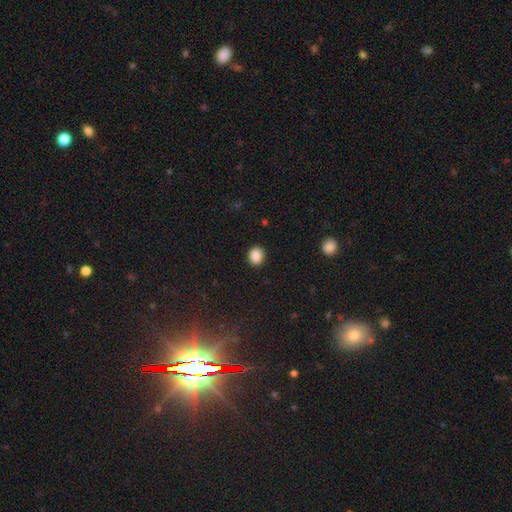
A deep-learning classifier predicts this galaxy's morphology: Smooth or featured? smooth (88%)
How rounded? round (60%)
Merging? none (89%)